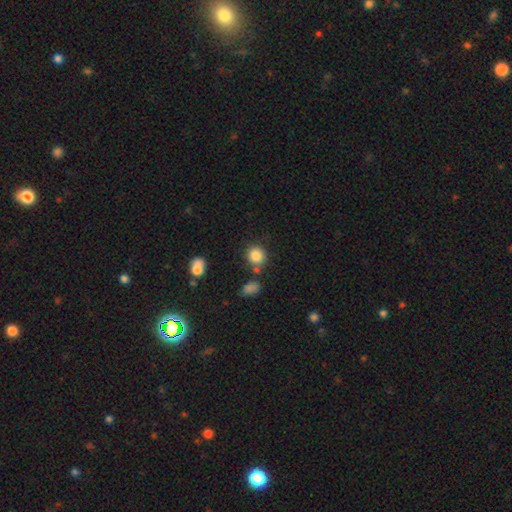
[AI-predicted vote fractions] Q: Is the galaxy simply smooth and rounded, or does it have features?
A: smooth — 84%.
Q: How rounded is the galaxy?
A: round — 83%.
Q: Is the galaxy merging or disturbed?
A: none — 74%.